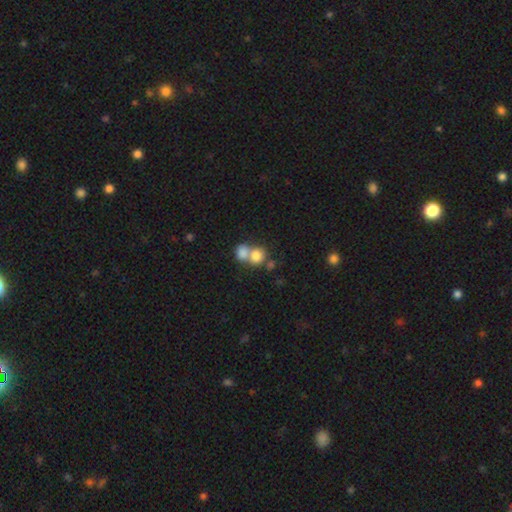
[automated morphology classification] Smooth or featured? Predicted: smooth (p=0.78). How rounded? Predicted: round (p=0.74). Merging? Predicted: merger (p=0.61).